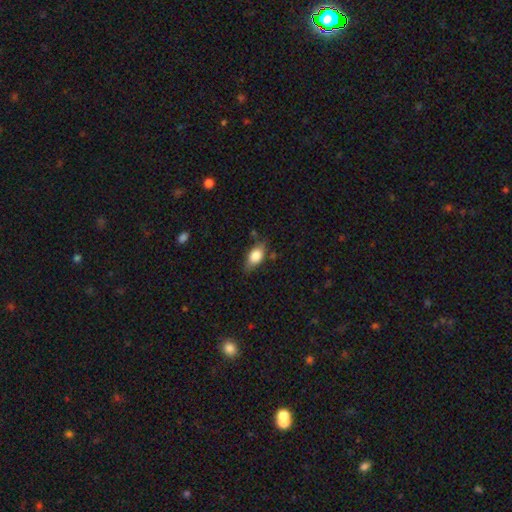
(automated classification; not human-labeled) A smooth galaxy with no disk features (79%) that is in between round and cigar-shaped (86%).

Vote fractions:
- Smooth or featured? smooth: 79% / featured or disk: 14% / star or artifact: 7%
- How rounded? in between: 86% / round: 8% / cigar-shaped: 7%
- Merging? none: 69% / minor disturbance: 23% / major disturbance: 5% / merger: 3%